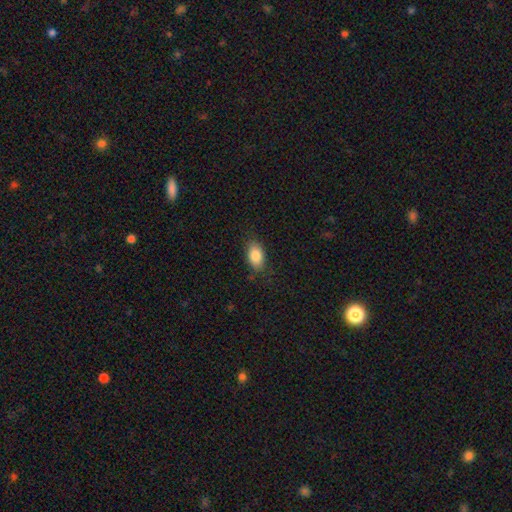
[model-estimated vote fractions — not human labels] Smooth or featured? smooth (84%)
How rounded? in between (89%)
Merging? none (82%)